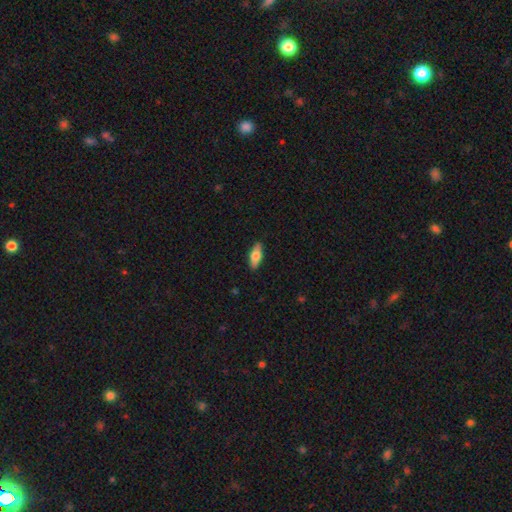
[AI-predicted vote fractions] The model was most divided on "smooth or featured": smooth: 68%, featured or disk: 26%, star or artifact: 6%. More confident: merging — none (89%); how rounded — in between (73%).